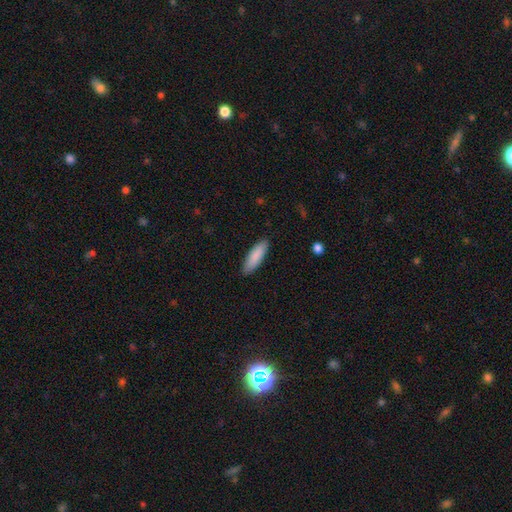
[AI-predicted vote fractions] Smooth or featured: smooth — 88% (featured or disk — 7%)
How rounded: cigar-shaped — 55% (in between — 43%)
Merging: none — 89% (minor disturbance — 8%)